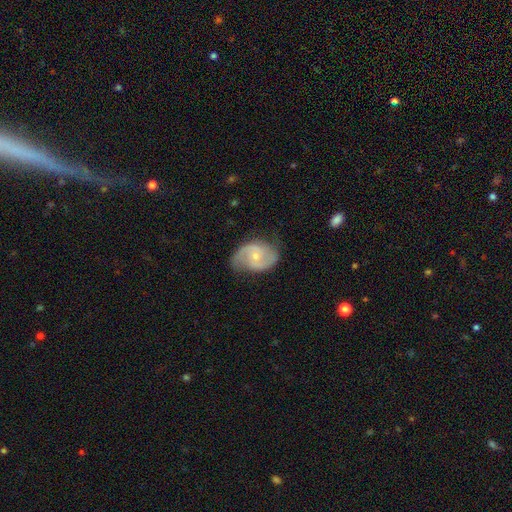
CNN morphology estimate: The model was most divided on "bar": no: 55%, weak: 37%, strong: 8%. More confident: edge-on disk — no (98%); spiral arms — yes (94%); spiral arm count — 2 (90%); smooth or featured — featured or disk (80%); merging — none (73%); bulge size — small (63%); spiral winding — medium (51%).